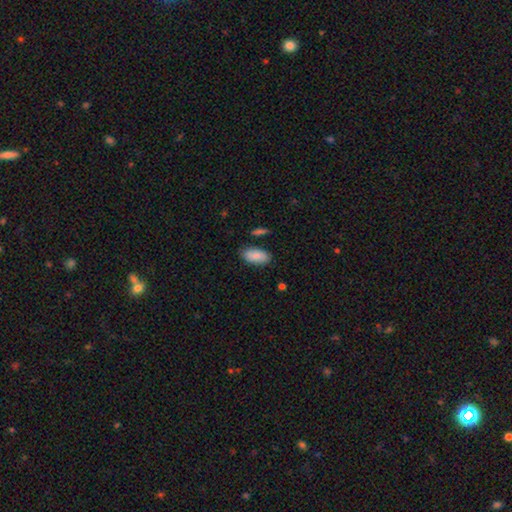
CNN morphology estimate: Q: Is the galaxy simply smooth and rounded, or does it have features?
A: smooth — 85%.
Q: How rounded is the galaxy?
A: in between — 93%.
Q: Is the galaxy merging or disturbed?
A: none — 81%.